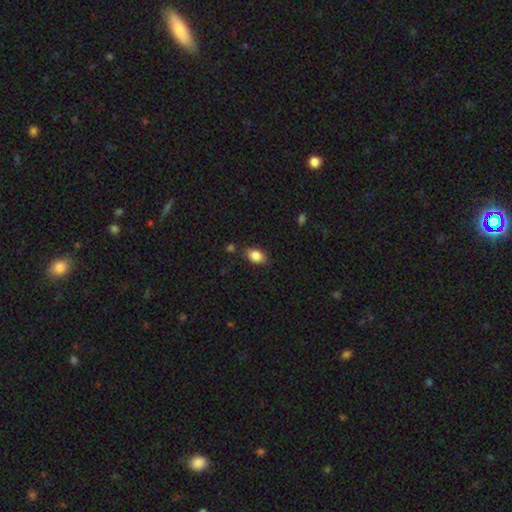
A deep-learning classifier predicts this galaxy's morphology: Smooth or featured? smooth (87%)
How rounded? in between (83%)
Merging? none (80%)